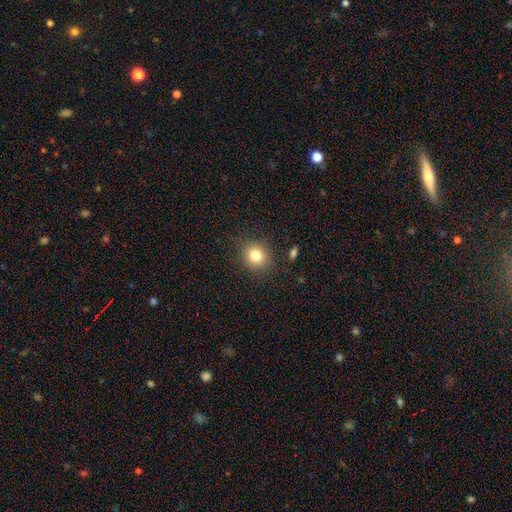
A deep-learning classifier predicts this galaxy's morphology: Smooth or featured? smooth (80%)
How rounded? round (84%)
Merging? none (87%)